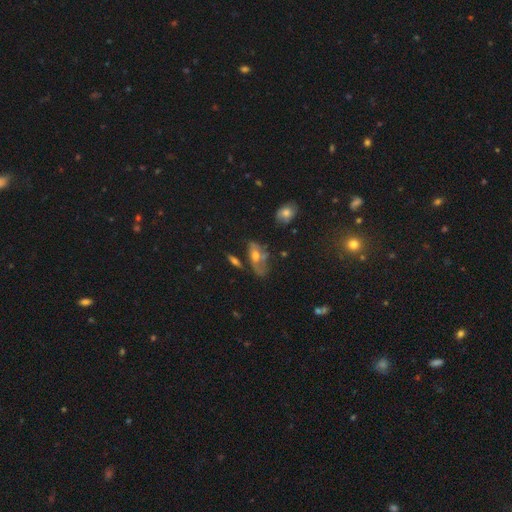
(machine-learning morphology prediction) Q: Smooth or featured?
A: smooth (44%); runner-up: featured or disk (43%)
Q: Merging?
A: none (38%); runner-up: minor disturbance (27%)